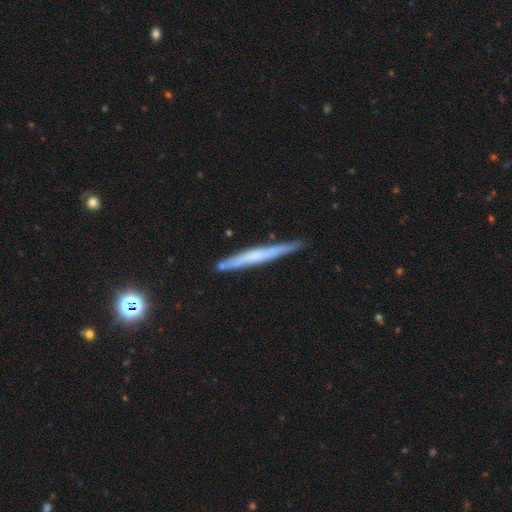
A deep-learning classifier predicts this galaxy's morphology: A featured or disk galaxy (54%) viewed edge-on (95%) with no central bulge (64%). Merging: none (83%).